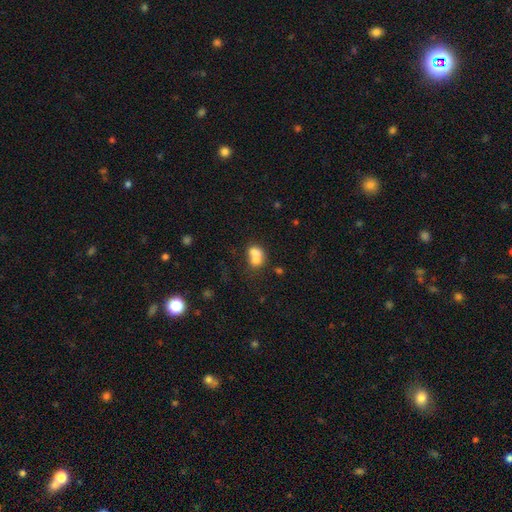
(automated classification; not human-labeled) Smooth or featured? Predicted: smooth (p=0.71). How rounded? Predicted: in between (p=0.60). Merging? Predicted: merger (p=0.60).